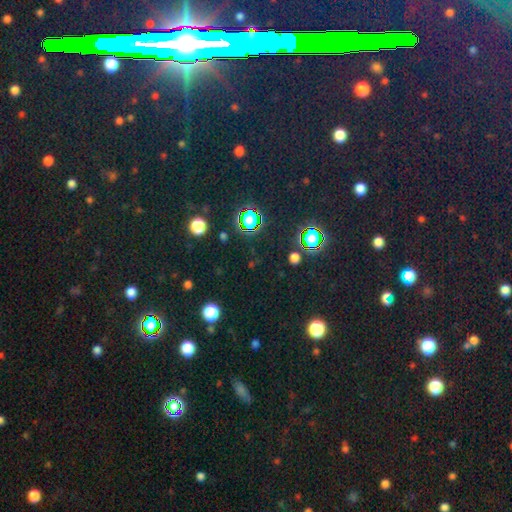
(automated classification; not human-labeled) smooth_or_featured: star or artifact (p=0.81) [alt: smooth p=0.11]